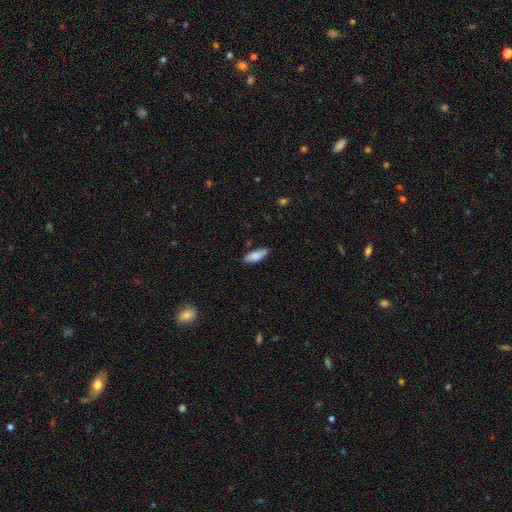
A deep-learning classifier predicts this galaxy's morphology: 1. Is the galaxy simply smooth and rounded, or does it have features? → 86% smooth, 8% featured or disk, 6% star or artifact.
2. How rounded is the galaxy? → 69% in between, 30% cigar-shaped, 2% round.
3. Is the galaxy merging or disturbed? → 82% none, 14% minor disturbance, 2% major disturbance, 2% merger.